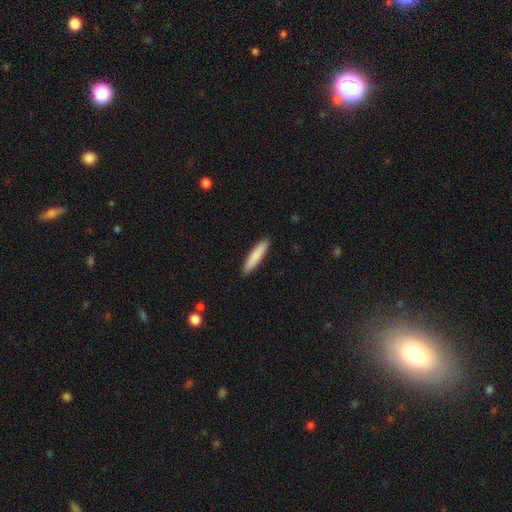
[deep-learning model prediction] smooth_or_featured: smooth (p=0.84) [alt: featured or disk p=0.11]
how_rounded: cigar-shaped (p=0.86) [alt: in between p=0.13]
merging: none (p=0.91) [alt: minor disturbance p=0.07]